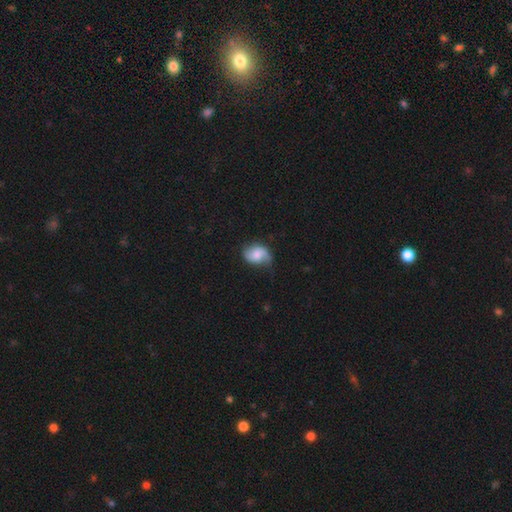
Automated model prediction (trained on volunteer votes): featured or disk 52%, smooth 40%, star or artifact 8%. Down the decision tree: edge-on disk — no (97%); bar — no (60%); spiral arms — yes (91%); bulge size — moderate (42%); merging — none (58%).